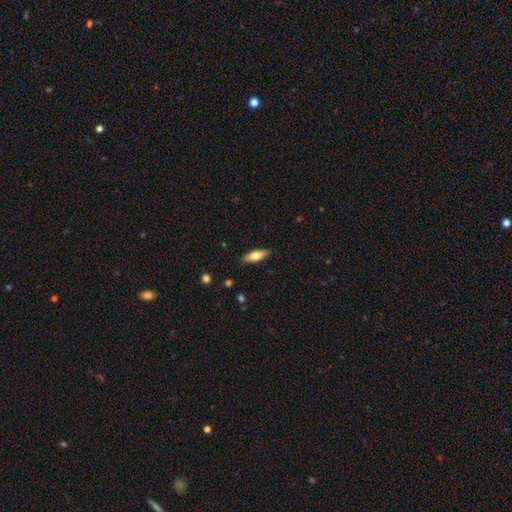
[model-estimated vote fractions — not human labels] Overall: smooth (71%). How rounded: in between (65%; cigar-shaped 33%). Merging: none (87%).